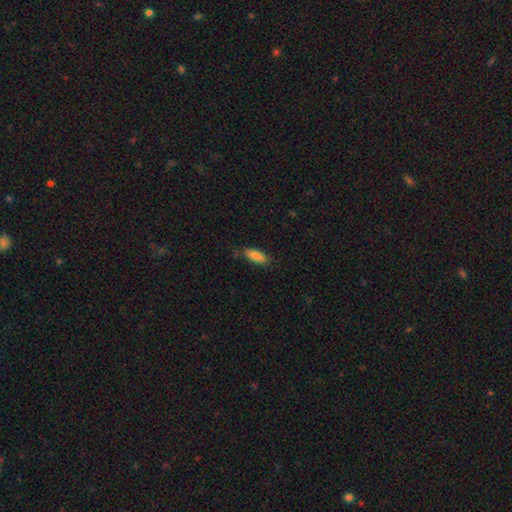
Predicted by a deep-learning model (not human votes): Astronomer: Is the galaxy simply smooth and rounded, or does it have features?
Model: smooth — 84%.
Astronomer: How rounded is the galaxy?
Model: in between — 64%.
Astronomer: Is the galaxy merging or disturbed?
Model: none — 79%.